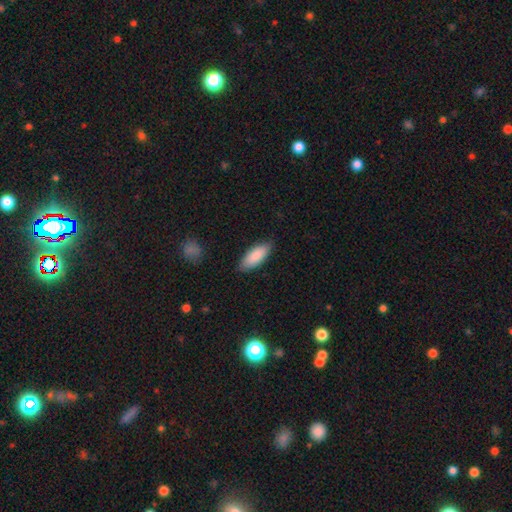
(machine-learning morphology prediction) Smooth or featured? smooth (88%)
How rounded? in between (74%)
Merging? none (84%)